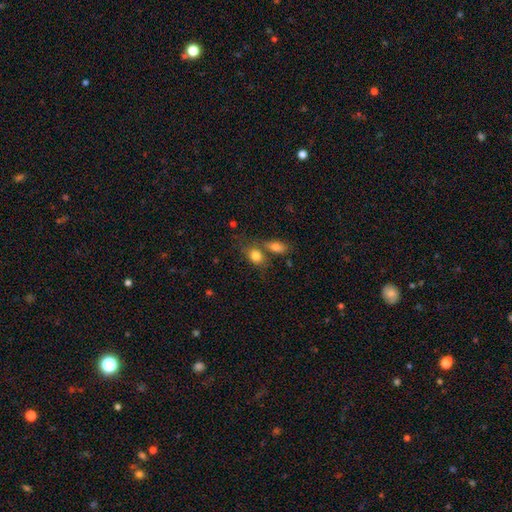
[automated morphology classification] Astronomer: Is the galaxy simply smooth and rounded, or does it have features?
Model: smooth — 82%.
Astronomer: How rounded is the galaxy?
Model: in between — 67%.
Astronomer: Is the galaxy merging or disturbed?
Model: none — 46% (runner-up: merger, 36%).